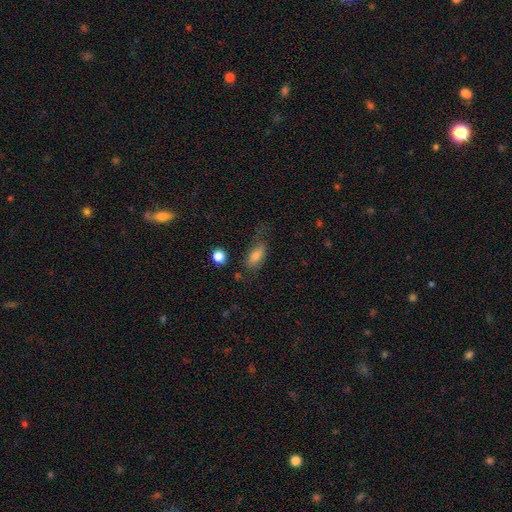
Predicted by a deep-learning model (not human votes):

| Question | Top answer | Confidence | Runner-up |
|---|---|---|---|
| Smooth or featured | smooth | 69% | featured or disk (19%) |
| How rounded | in between | 80% | cigar-shaped (13%) |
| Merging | none | 53% | minor disturbance (26%) |